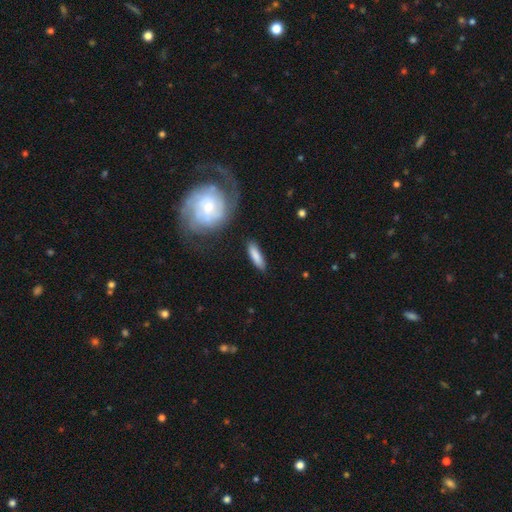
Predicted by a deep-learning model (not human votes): smooth_or_featured: smooth (p=0.81) [alt: featured or disk p=0.13]
how_rounded: cigar-shaped (p=0.68) [alt: in between p=0.30]
merging: none (p=0.83) [alt: minor disturbance p=0.11]